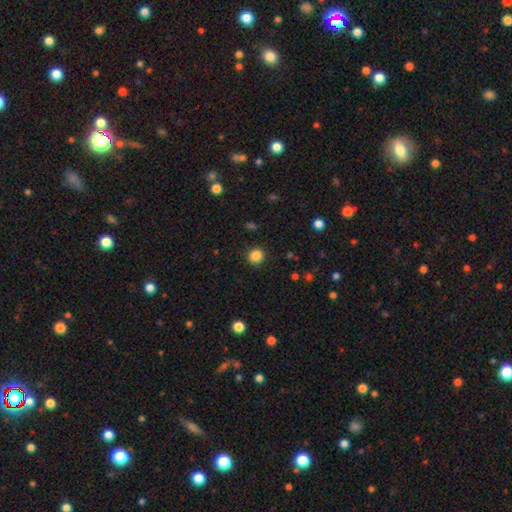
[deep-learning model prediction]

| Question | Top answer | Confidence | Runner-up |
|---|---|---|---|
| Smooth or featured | smooth | 85% | star or artifact (12%) |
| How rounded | round | 91% | in between (8%) |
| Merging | none | 91% | minor disturbance (6%) |